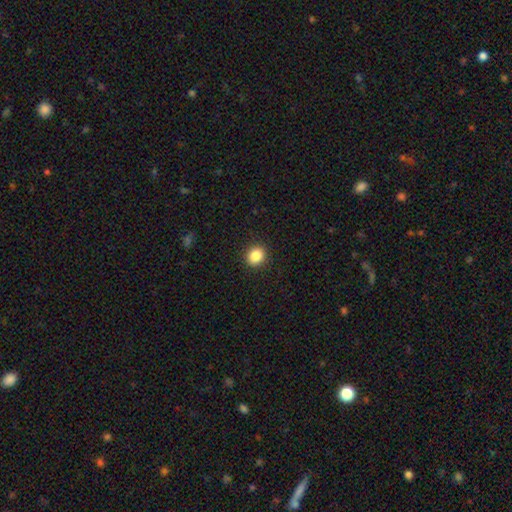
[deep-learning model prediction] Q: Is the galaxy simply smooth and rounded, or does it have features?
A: smooth — 87%.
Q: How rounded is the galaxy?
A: round — 68%.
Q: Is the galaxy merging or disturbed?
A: none — 91%.